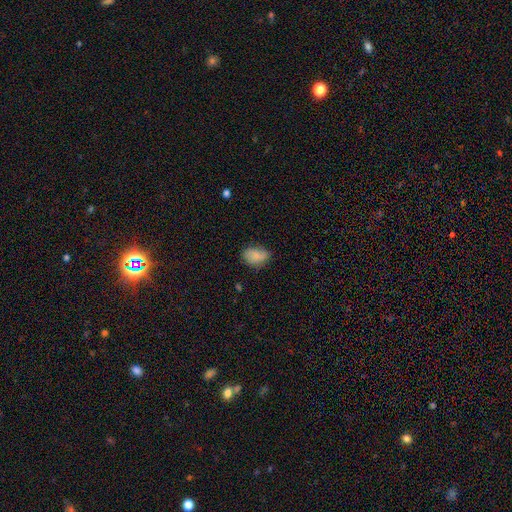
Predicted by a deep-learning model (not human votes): smooth-or-featured: smooth: 80% | featured or disk: 12% | star or artifact: 8%
  how-rounded: in between: 81% | round: 18% | cigar-shaped: 1%
  merging: none: 64% | minor disturbance: 28% | major disturbance: 6% | merger: 2%